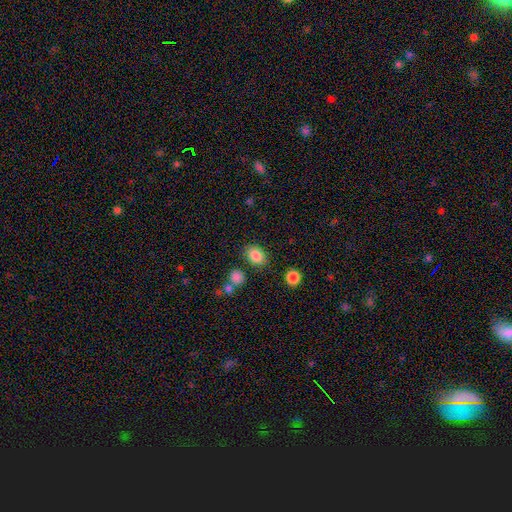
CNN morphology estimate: This is clearly a smooth galaxy (85%). How rounded: likely in between (65%). Merging: clearly none (81%).